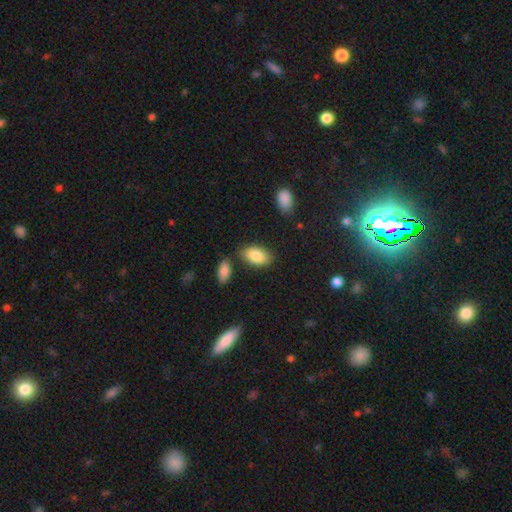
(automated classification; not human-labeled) This is clearly a smooth galaxy (85%). How rounded: clearly in between (94%). Merging: likely none (76%).